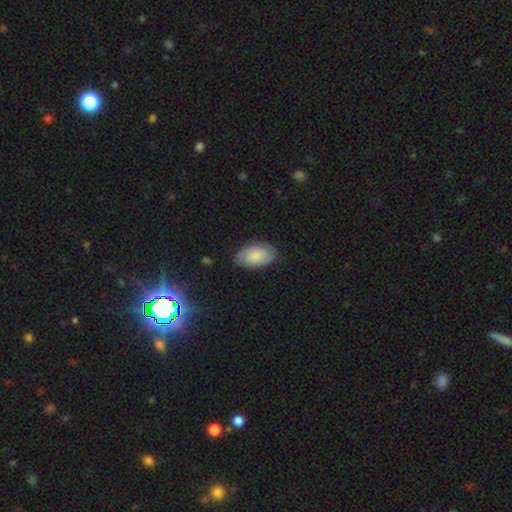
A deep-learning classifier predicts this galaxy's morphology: This is possibly a smooth galaxy (52%). How rounded: clearly in between (94%). Merging: clearly none (80%).